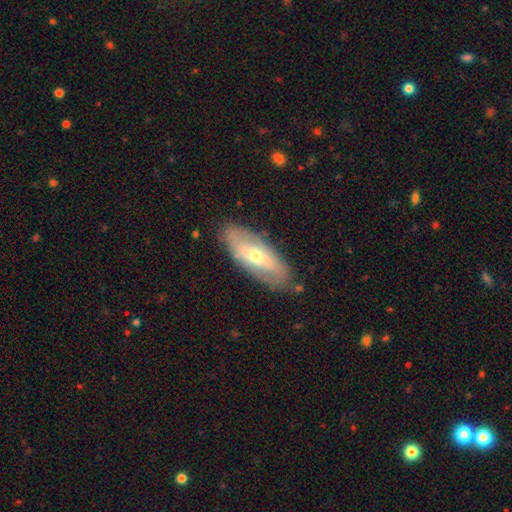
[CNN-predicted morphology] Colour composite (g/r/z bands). It shows a featured or disk galaxy (57%). Merging: none (82%).